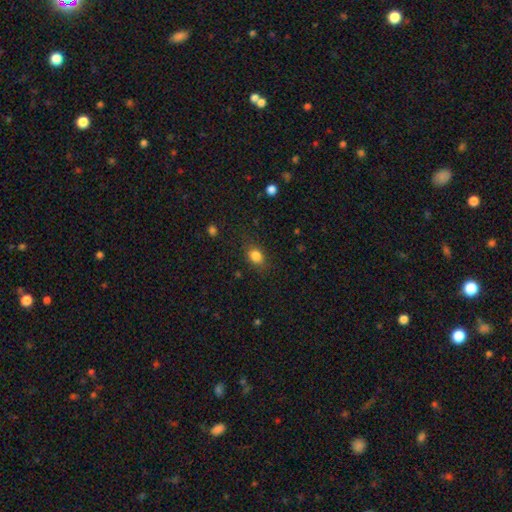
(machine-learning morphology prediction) smooth-or-featured: smooth: 84% | star or artifact: 10% | featured or disk: 6%
  how-rounded: in between: 63% | round: 35% | cigar-shaped: 2%
  merging: none: 80% | minor disturbance: 14% | major disturbance: 5% | merger: 1%